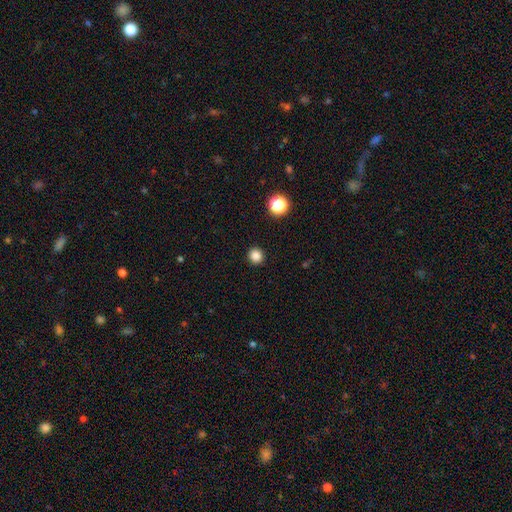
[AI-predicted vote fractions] This is clearly a smooth galaxy (84%). How rounded: clearly round (94%). Merging: clearly none (93%).